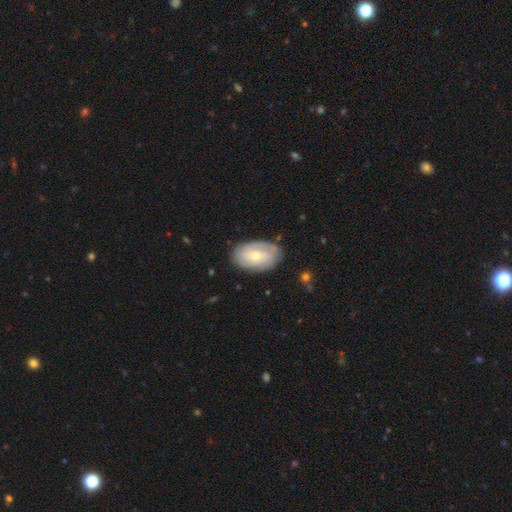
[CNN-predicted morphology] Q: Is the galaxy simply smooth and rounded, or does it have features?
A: featured or disk — 61%.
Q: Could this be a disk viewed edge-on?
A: no — 95%.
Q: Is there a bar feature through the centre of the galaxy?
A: no — 61%.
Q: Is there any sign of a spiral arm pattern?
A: yes — 77%.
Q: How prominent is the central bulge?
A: small — 54%.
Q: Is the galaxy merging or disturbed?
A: none — 79%.